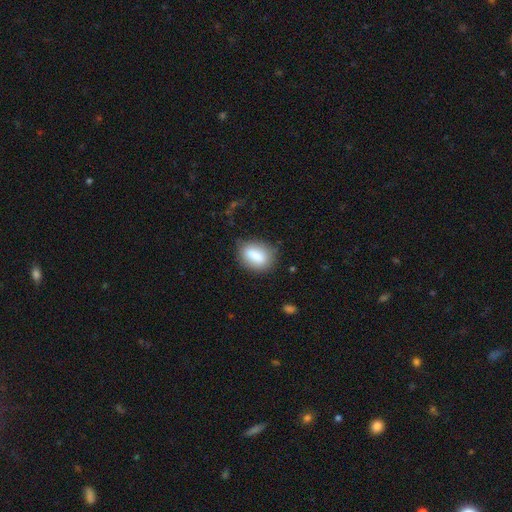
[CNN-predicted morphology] type=smooth (82%); roundness=in between (80%); merging=none (71%).